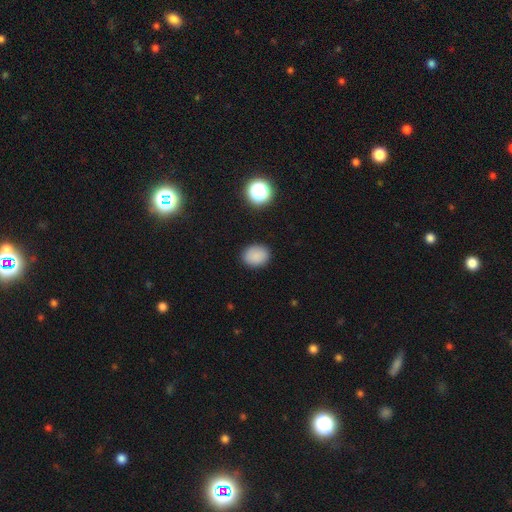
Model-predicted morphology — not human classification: type=smooth (85%); roundness=in between (50%, tied with round); merging=none (88%).